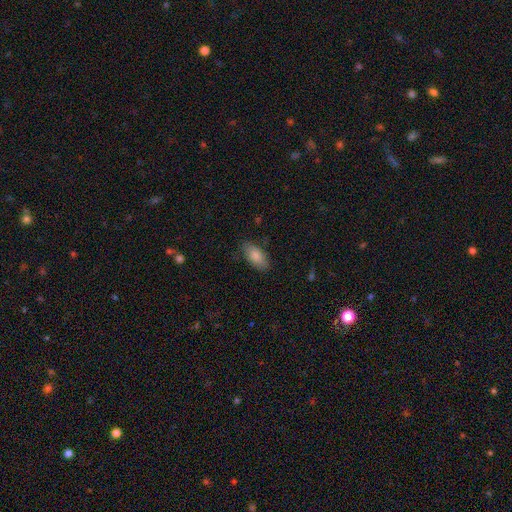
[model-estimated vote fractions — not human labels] Smooth or featured: smooth — 84% (featured or disk — 10%)
How rounded: in between — 90% (cigar-shaped — 7%)
Merging: none — 82% (minor disturbance — 14%)